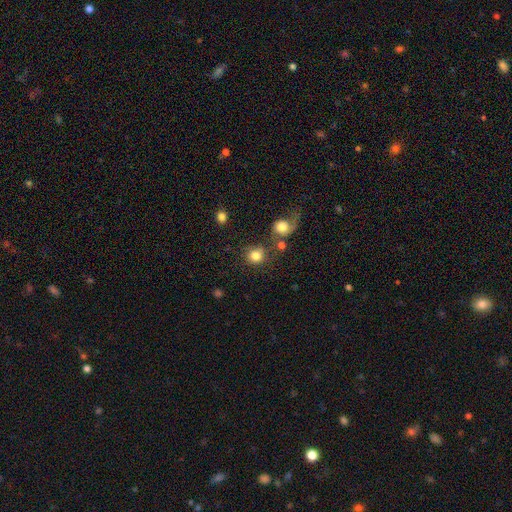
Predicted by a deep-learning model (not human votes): Smooth or featured?
  - smooth: 81% *
  - star or artifact: 10%
  - featured or disk: 8%
How rounded?
  - round: 87% *
  - in between: 12%
  - cigar-shaped: 1%
Merging?
  - none: 61% *
  - merger: 18%
  - minor disturbance: 12%
  - major disturbance: 9%